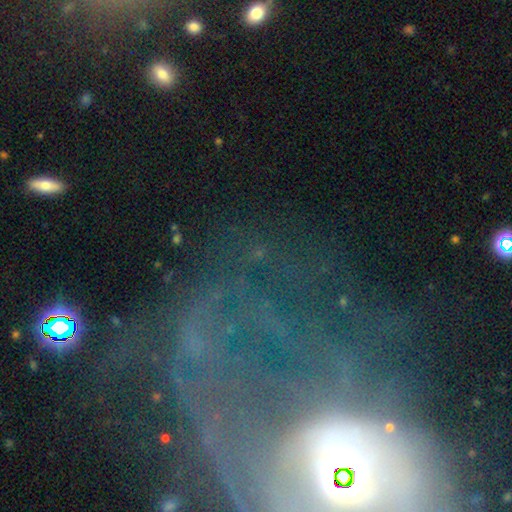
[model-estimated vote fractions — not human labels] Smooth or featured? Predicted: featured or disk (p=0.59). Edge-on disk? Predicted: no (p=0.88). Bar? Predicted: no (p=0.46). Spiral arms? Predicted: yes (p=0.70). Bulge size? Predicted: small (p=0.45). Merging? Predicted: none (p=0.60).